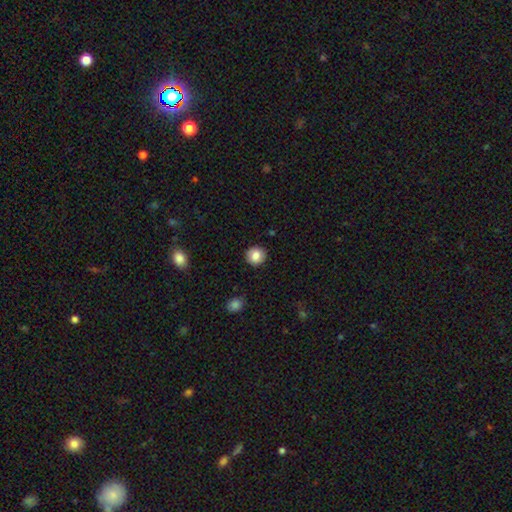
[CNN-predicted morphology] The model was most divided on "smooth or featured": smooth: 84%, star or artifact: 9%, featured or disk: 7%. More confident: merging — none (90%); how rounded — round (90%).